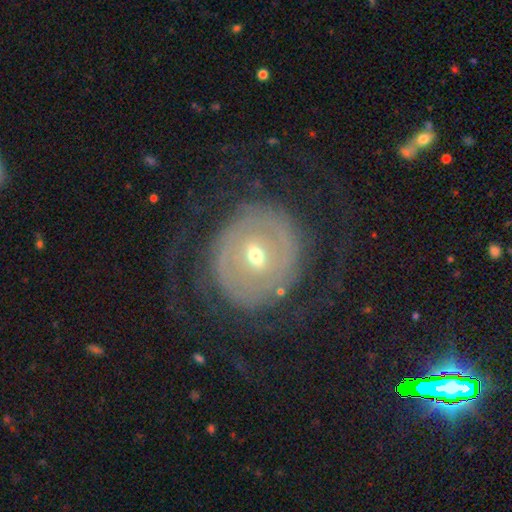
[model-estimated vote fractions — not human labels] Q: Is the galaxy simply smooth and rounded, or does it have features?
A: featured or disk — 74%.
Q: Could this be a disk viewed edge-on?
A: no — 95%.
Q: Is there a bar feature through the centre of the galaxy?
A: weak — 50%.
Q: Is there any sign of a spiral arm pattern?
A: yes — 63%.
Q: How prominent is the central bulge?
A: small — 50%.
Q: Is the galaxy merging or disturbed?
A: none — 65%.